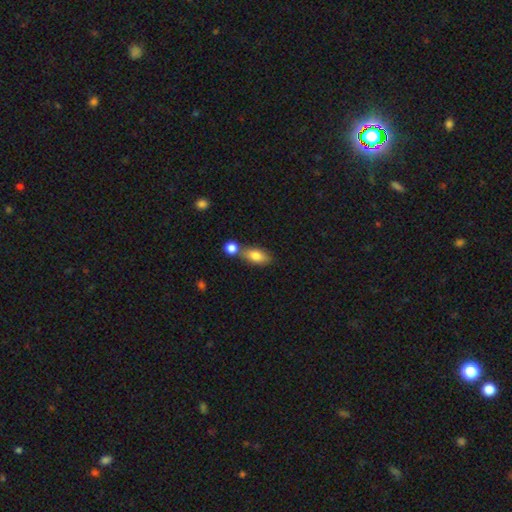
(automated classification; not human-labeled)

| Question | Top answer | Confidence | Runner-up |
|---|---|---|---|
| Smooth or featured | smooth | 79% | featured or disk (13%) |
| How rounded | in between | 82% | cigar-shaped (11%) |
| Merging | none | 53% | merger (30%) |